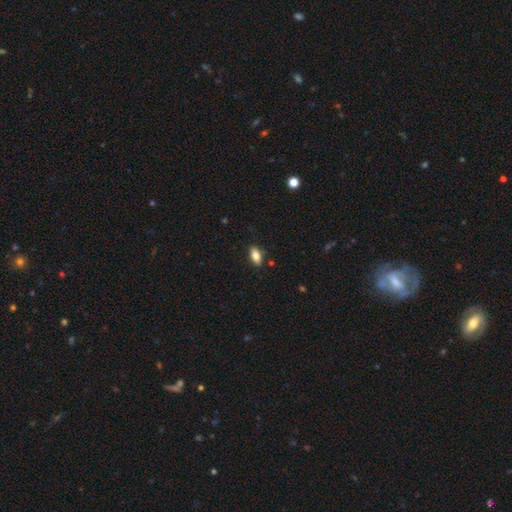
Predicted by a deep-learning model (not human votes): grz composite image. It shows a smooth galaxy with no disk features (78%) that is in between round and cigar-shaped (87%). Merging: none (86%).